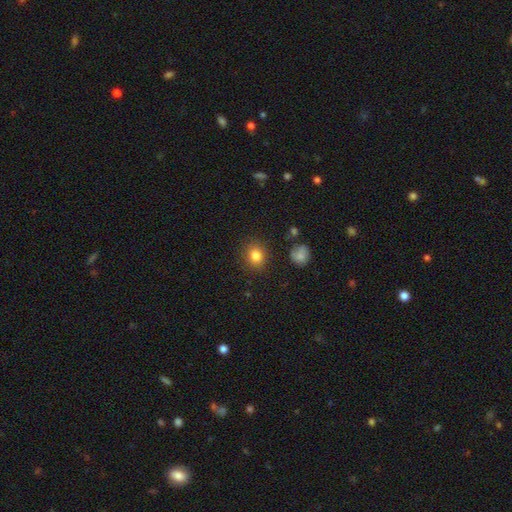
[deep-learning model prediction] A smooth galaxy with no disk features (83%) that is round (71%). Merging: none (86%).